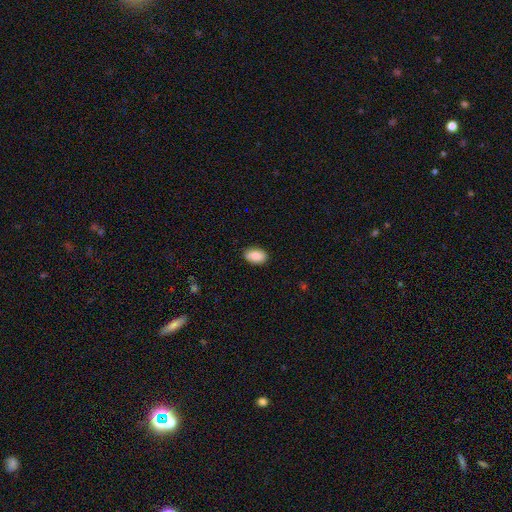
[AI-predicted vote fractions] smooth_or_featured: smooth (p=0.83) [alt: featured or disk p=0.10]
how_rounded: in between (p=0.90) [alt: round p=0.09]
merging: none (p=0.87) [alt: minor disturbance p=0.10]